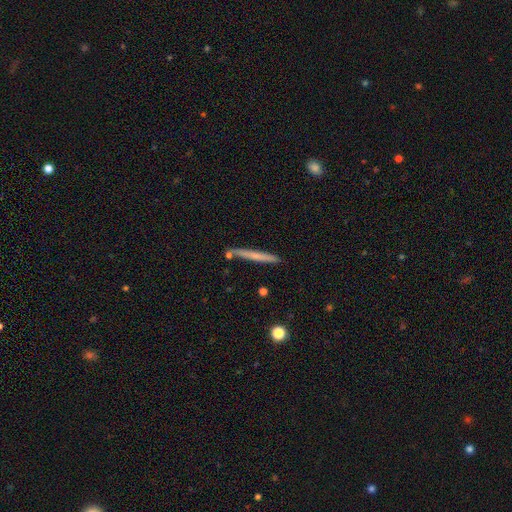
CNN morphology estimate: The model was most divided on "smooth or featured": smooth: 52%, featured or disk: 41%, star or artifact: 6%. More confident: how rounded — cigar-shaped (96%); merging — none (84%).